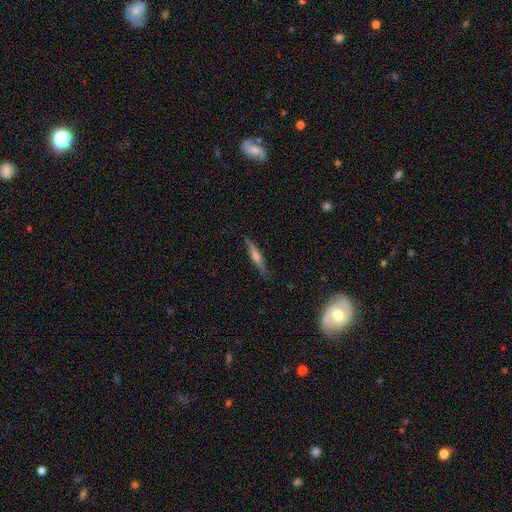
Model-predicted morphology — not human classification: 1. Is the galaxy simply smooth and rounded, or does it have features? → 59% featured or disk, 35% smooth, 7% star or artifact.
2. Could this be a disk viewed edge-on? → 94% yes, 6% no.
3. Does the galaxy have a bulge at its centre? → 67% rounded, 19% none, 14% boxy.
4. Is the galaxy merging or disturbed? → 84% none, 12% minor disturbance, 2% major disturbance, 1% merger.